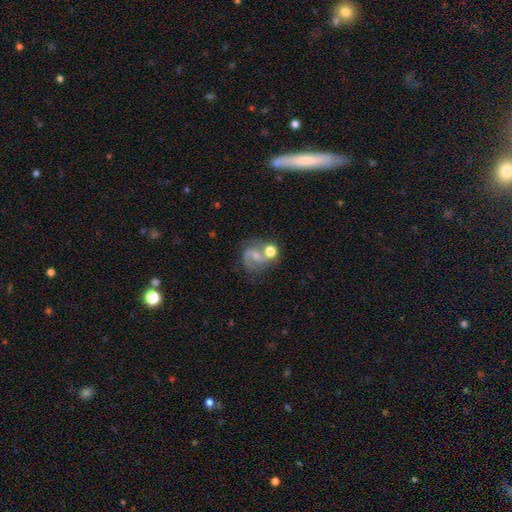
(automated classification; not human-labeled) The model was most divided on "bar": no: 47%, weak: 41%, strong: 12%. Remaining: edge-on disk — no (98%); spiral arms — yes (92%); spiral arm count — 2 (79%); smooth or featured — featured or disk (73%); spiral winding — medium (49%); bulge size — small (47%); merging — none (44%).